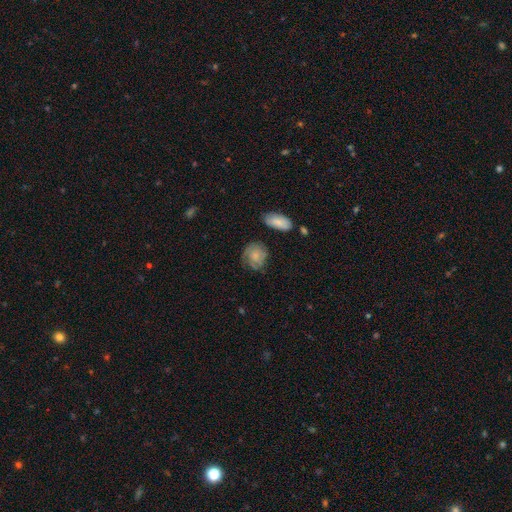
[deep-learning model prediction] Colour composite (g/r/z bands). It shows a smooth galaxy with no disk features (62%) that is round (66%). Merging: none (61%).